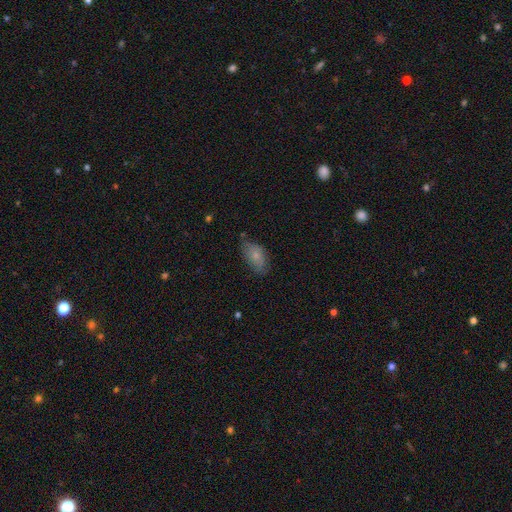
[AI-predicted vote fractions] This appears to be a smooth galaxy with no disk features (74%) that is in between round and cigar-shaped (91%). Merging: none (66%).